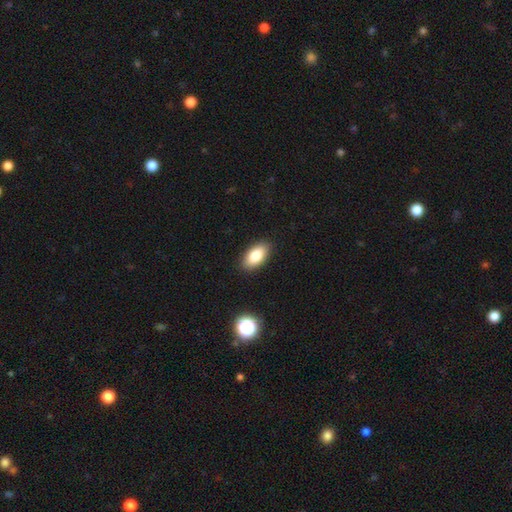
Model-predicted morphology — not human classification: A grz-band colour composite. It shows a smooth galaxy with no disk features (83%) that is in between round and cigar-shaped (92%). Merging: none (89%).